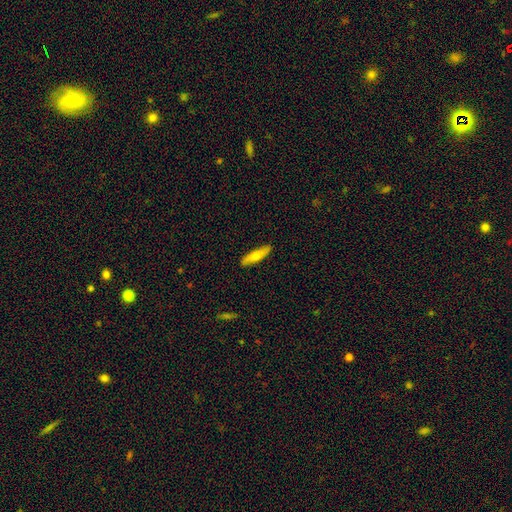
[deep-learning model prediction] Overall: smooth (63%; featured or disk 31%). How rounded: cigar-shaped (74%). Merging: none (88%).